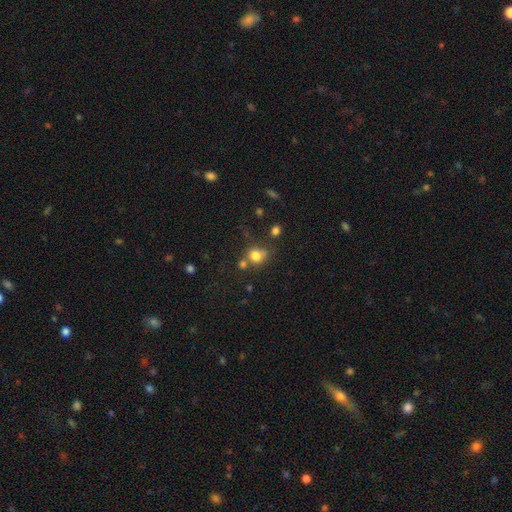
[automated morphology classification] Smooth or featured?
  - smooth: 77% *
  - star or artifact: 13%
  - featured or disk: 10%
How rounded?
  - round: 70% *
  - in between: 28%
  - cigar-shaped: 1%
Merging?
  - none: 52% *
  - merger: 23%
  - minor disturbance: 17%
  - major disturbance: 8%